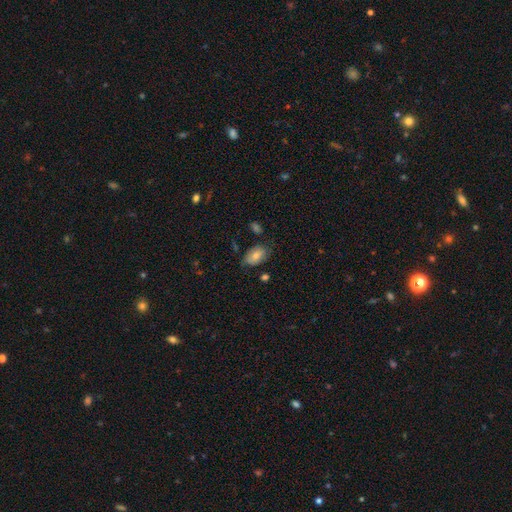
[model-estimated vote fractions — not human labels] Morphology: type=smooth (76%); roundness=in between (90%); merging=none (69%).